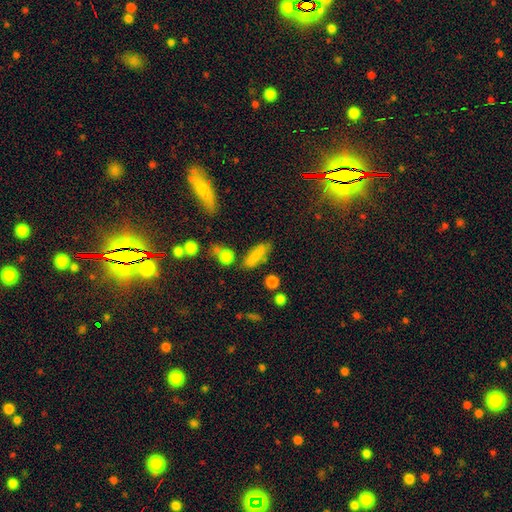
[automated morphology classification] This appears to be a smooth galaxy with no disk features (78%) that is in between round and cigar-shaped (51%). Merging: none (71%).